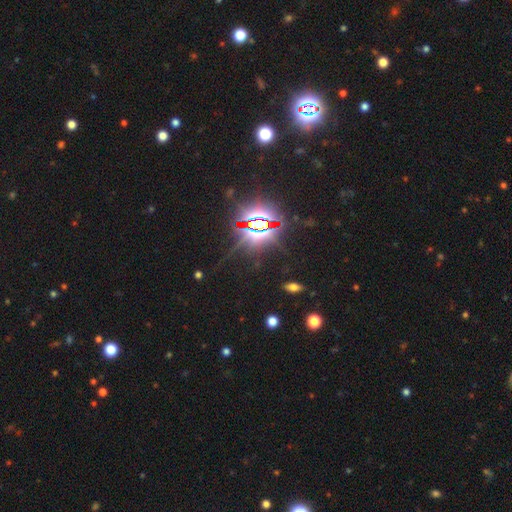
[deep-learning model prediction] Smooth or featured?
  - star or artifact: 87% *
  - smooth: 7%
  - featured or disk: 6%